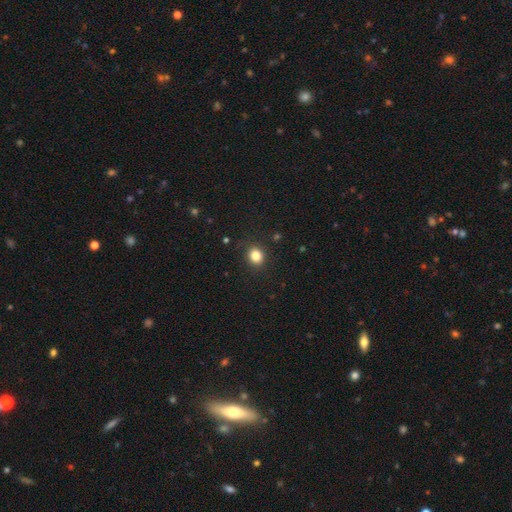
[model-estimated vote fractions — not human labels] smooth 83%, star or artifact 12%, featured or disk 5%. Down the decision tree: how rounded — round (70%); merging — none (88%).